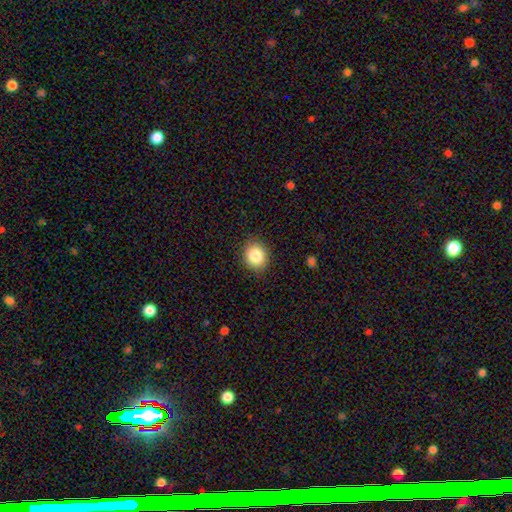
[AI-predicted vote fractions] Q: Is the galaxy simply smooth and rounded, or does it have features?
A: smooth — 85%.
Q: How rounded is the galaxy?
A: round — 72%.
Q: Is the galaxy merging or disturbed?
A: none — 89%.